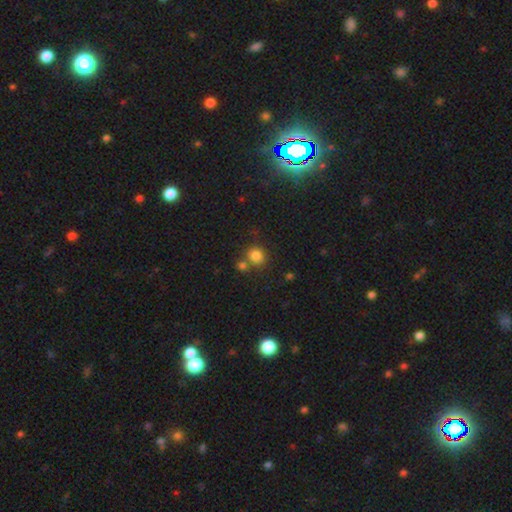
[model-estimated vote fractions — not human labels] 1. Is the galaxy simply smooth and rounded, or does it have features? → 81% smooth, 12% star or artifact, 6% featured or disk.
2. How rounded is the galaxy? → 82% round, 17% in between, 1% cigar-shaped.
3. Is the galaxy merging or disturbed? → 62% none, 25% merger, 10% minor disturbance, 4% major disturbance.